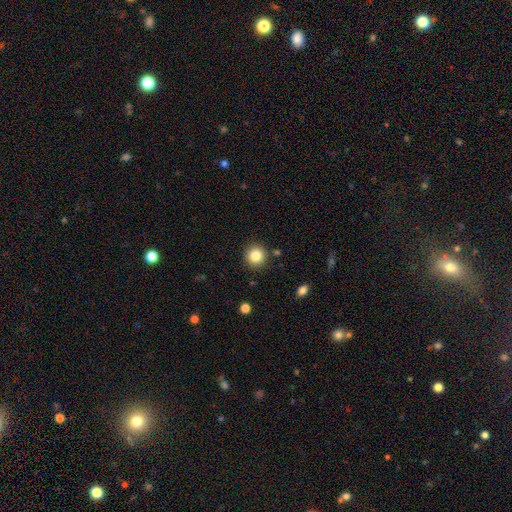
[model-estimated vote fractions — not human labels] Overall: smooth (83%). How rounded: round (94%). Merging: none (89%).